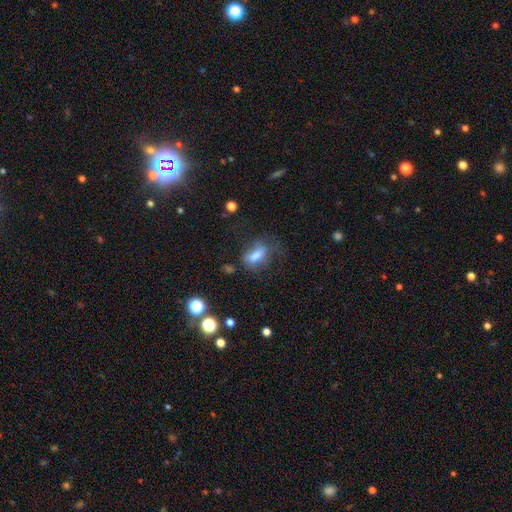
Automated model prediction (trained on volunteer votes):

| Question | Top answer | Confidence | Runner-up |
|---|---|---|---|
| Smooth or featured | smooth | 66% | featured or disk (21%) |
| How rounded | in between | 81% | round (11%) |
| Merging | none | 41% | major disturbance (31%) |